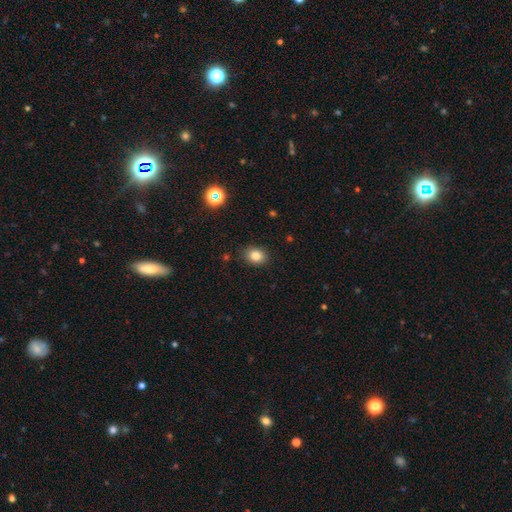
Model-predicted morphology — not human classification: smooth 82%, star or artifact 12%, featured or disk 6%. Down the decision tree: how rounded — in between (52%); merging — none (87%).